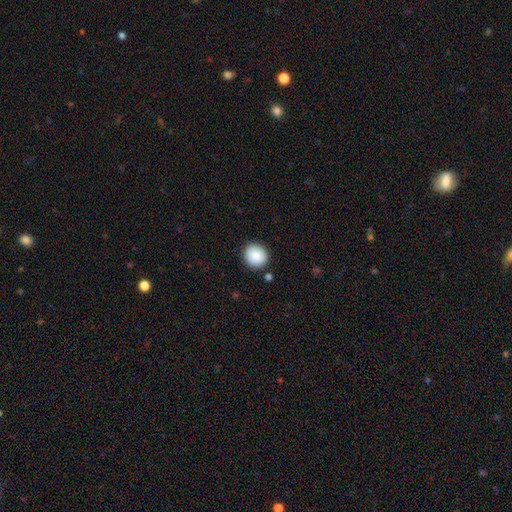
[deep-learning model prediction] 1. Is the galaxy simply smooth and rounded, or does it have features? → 87% smooth, 8% star or artifact, 5% featured or disk.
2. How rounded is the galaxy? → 88% round, 11% in between, 1% cigar-shaped.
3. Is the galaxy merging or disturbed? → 89% none, 7% minor disturbance, 2% major disturbance, 2% merger.